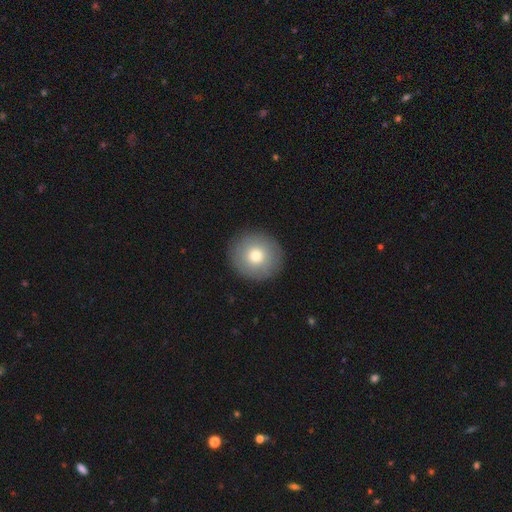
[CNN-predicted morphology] Smooth or featured: smooth — 77% (featured or disk — 14%)
How rounded: round — 93% (in between — 6%)
Merging: none — 91% (minor disturbance — 6%)